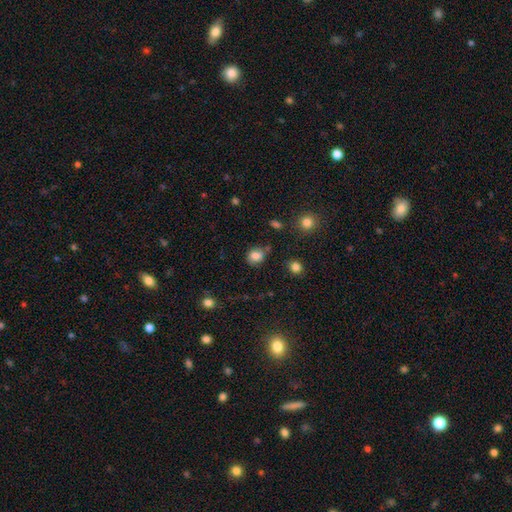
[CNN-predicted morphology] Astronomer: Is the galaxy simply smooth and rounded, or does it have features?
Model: smooth — 81%.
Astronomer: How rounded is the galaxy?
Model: round — 64%.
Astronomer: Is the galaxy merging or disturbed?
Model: none — 72%.